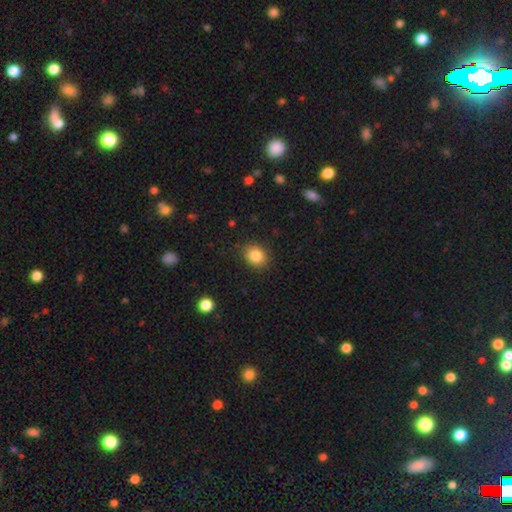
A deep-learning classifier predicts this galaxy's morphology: Q: Smooth or featured?
A: smooth (85%); runner-up: star or artifact (10%)
Q: How rounded?
A: round (51%); runner-up: in between (48%)
Q: Merging?
A: none (87%); runner-up: minor disturbance (9%)